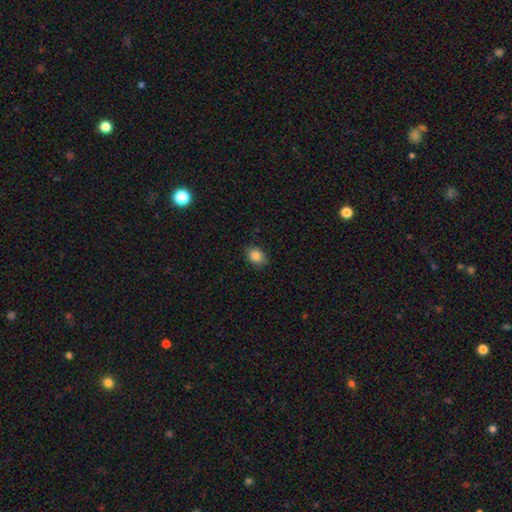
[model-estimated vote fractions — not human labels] smooth_or_featured: smooth (p=0.86) [alt: star or artifact p=0.09]
how_rounded: in between (p=0.66) [alt: round p=0.33]
merging: none (p=0.84) [alt: minor disturbance p=0.12]